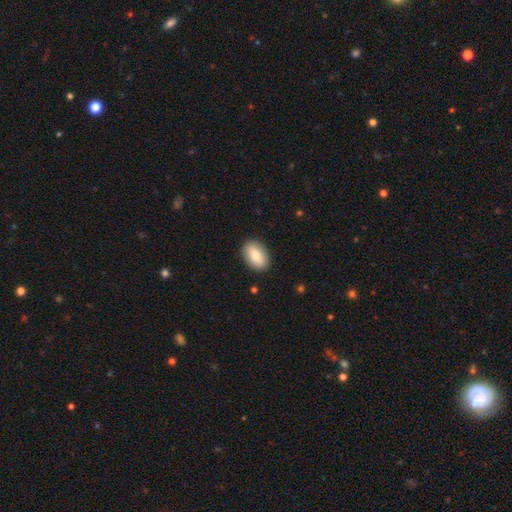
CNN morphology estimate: Smooth or featured? Predicted: smooth (p=0.80). How rounded? Predicted: in between (p=0.89). Merging? Predicted: none (p=0.89).